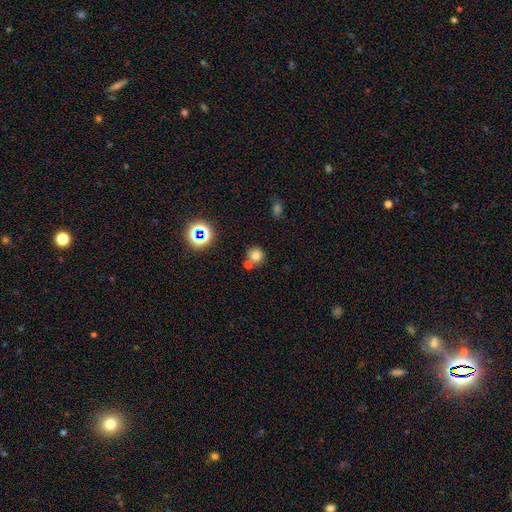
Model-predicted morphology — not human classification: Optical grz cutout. It shows a smooth galaxy with no disk features (73%) that is round (90%). Merging: none (60%).